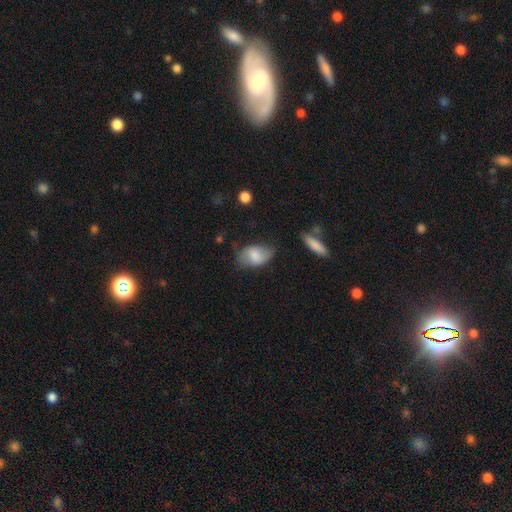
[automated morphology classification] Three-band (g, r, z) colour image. It shows a smooth galaxy with no disk features (73%) that is in between round and cigar-shaped (90%). Merging: none (60%).